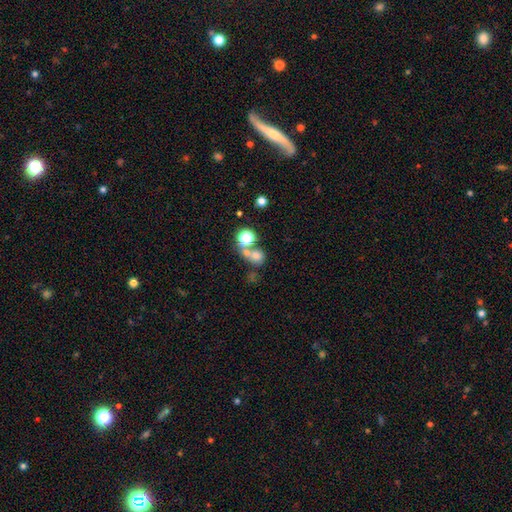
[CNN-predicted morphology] The model was most divided on "merging": merger: 48%, none: 37%, minor disturbance: 8%, major disturbance: 7%. More confident: how rounded — round (74%); smooth or featured — smooth (65%).